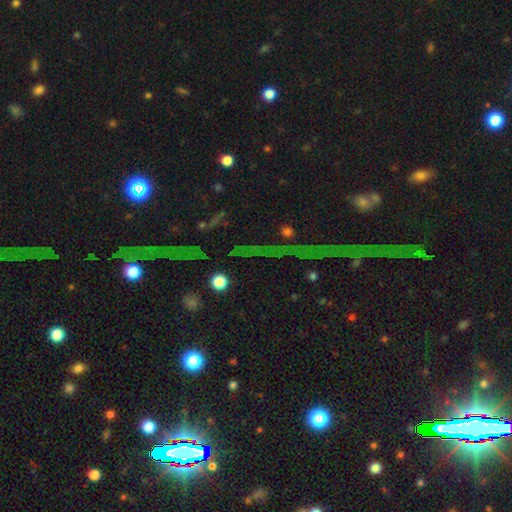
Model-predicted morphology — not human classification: A star or artifact, not a galaxy (74%).

Vote fractions:
- Smooth or featured? star or artifact: 74% / featured or disk: 14% / smooth: 12%